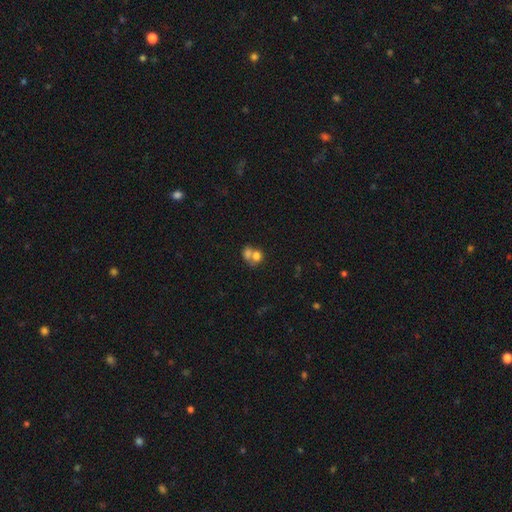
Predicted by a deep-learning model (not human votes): Smooth or featured? smooth (68%)
How rounded? round (56%)
Merging? merger (68%)